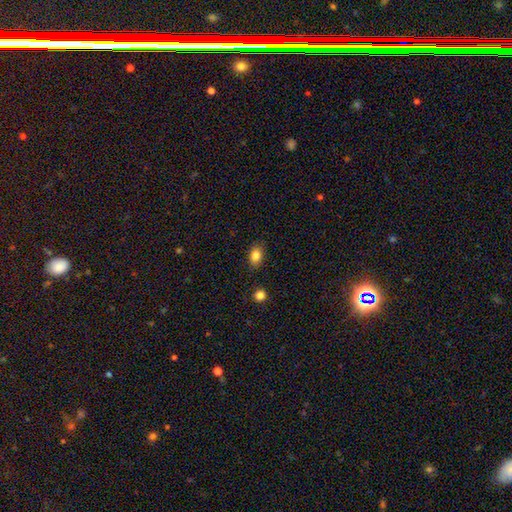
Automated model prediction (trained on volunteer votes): Smooth or featured: smooth — 85% (star or artifact — 9%)
How rounded: in between — 78% (round — 20%)
Merging: none — 84% (minor disturbance — 11%)